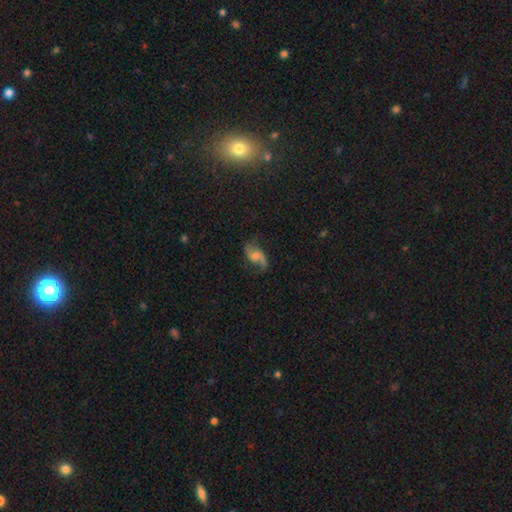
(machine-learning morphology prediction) Smooth or featured? featured or disk (78%)
Edge-on disk? no (97%)
Bar? no (50%)
Spiral arms? yes (95%)
Spiral winding? loose (67%)
Spiral arm count? 2 (87%)
Bulge size? moderate (48%)
Merging? none (68%)